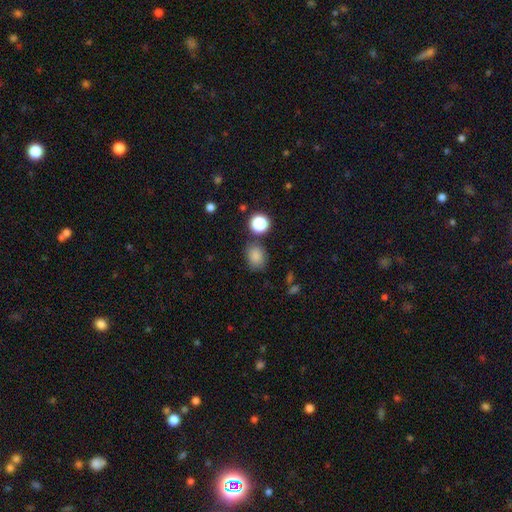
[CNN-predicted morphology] Smooth or featured? Predicted: smooth (p=0.83). How rounded? Predicted: in between (p=0.53). Merging? Predicted: none (p=0.74).